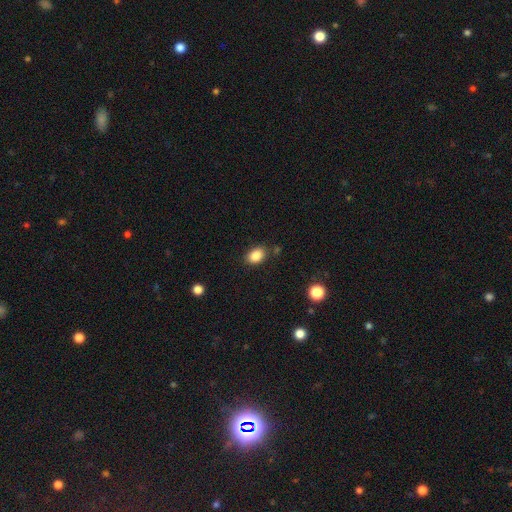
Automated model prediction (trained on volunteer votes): A smooth galaxy with no disk features (87%) that is in between round and cigar-shaped (79%).

Vote fractions:
- Smooth or featured? smooth: 87% / star or artifact: 9% / featured or disk: 4%
- How rounded? in between: 79% / round: 20% / cigar-shaped: 1%
- Merging? none: 82% / minor disturbance: 12% / merger: 4% / major disturbance: 3%